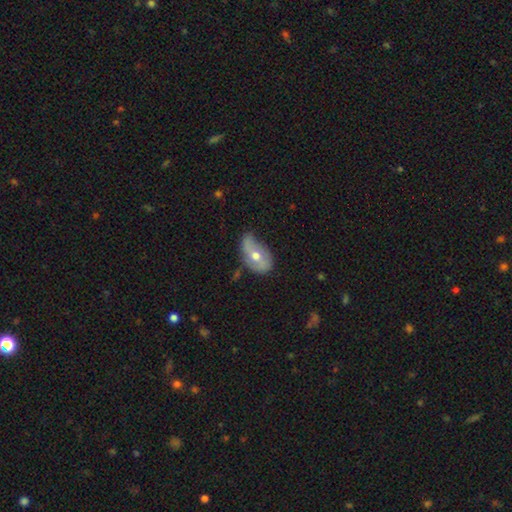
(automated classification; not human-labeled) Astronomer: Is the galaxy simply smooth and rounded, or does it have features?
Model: smooth — 46%, tied with featured or disk at 46%.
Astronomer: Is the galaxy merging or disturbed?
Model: minor disturbance — 41% (runner-up: none, 40%).